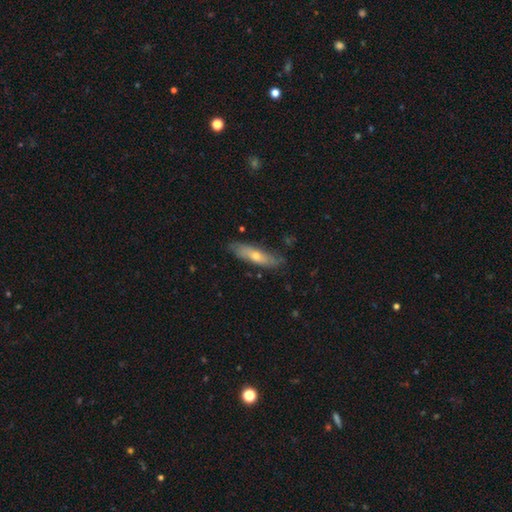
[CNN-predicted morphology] This appears to be a smooth galaxy with no disk features (49%). Merging: none (79%).